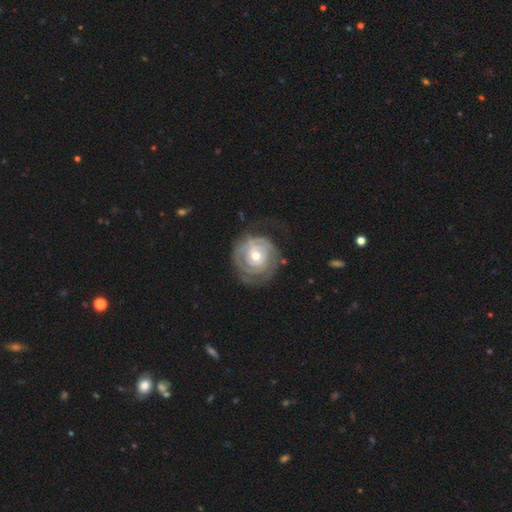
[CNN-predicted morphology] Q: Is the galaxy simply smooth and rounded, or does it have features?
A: featured or disk — 85%.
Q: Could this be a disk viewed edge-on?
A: no — 98%.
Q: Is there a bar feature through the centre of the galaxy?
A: no — 71%.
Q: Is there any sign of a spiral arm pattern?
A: yes — 92%.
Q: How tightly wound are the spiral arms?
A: tight — 83%.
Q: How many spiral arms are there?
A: can't tell — 35%.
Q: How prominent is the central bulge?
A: moderate — 69%.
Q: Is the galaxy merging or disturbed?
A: none — 67%.